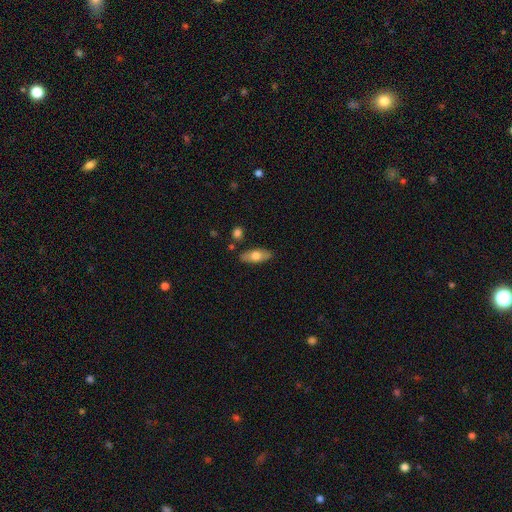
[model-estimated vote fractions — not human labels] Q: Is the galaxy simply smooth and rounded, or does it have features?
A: smooth — 67%.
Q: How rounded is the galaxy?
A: in between — 78%.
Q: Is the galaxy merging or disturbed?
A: none — 84%.